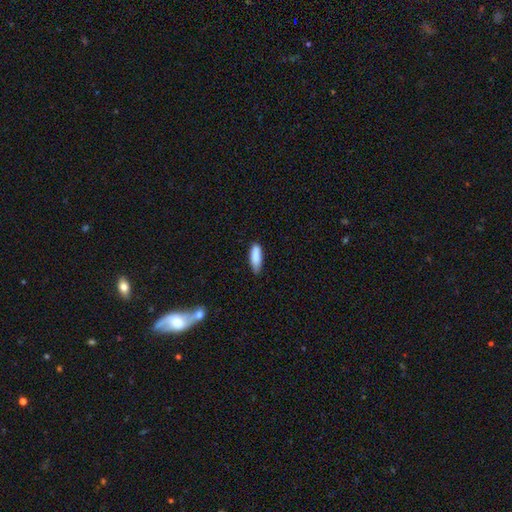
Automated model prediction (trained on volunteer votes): The model was most divided on "how rounded": in between: 55%, cigar-shaped: 43%, round: 2%. More confident: smooth or featured — smooth (87%); merging — none (70%).